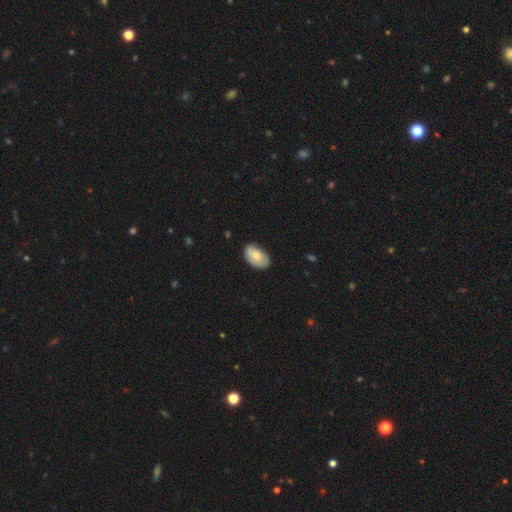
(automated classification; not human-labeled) Smooth or featured? Predicted: smooth (p=0.61). How rounded? Predicted: in between (p=0.91). Merging? Predicted: none (p=0.64).